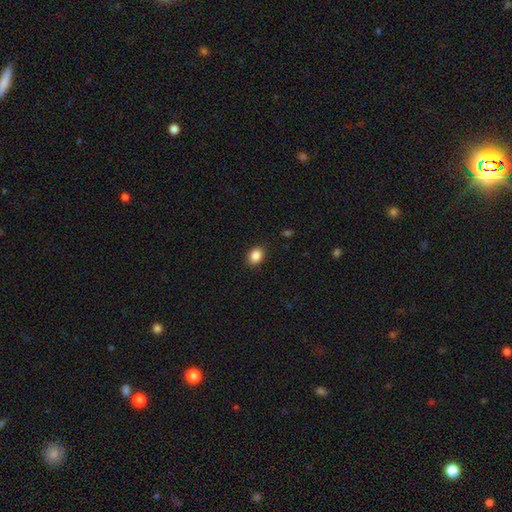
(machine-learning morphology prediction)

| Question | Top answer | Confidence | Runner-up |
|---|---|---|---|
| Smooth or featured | smooth | 87% | star or artifact (9%) |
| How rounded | in between | 56% | round (43%) |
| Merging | none | 89% | minor disturbance (8%) |